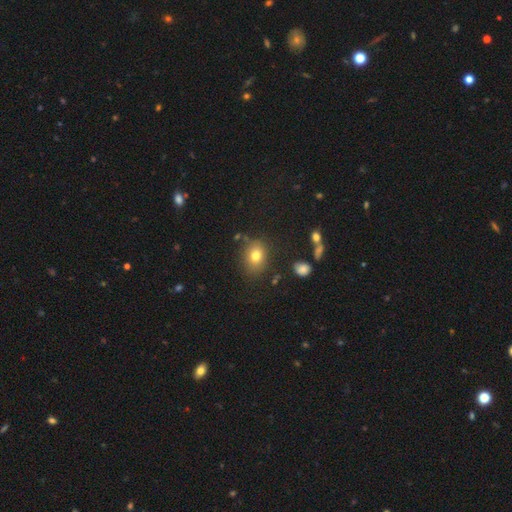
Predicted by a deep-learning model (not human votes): Smooth or featured?
  - smooth: 77% *
  - star or artifact: 13%
  - featured or disk: 11%
How rounded?
  - in between: 56% *
  - round: 43%
  - cigar-shaped: 1%
Merging?
  - none: 78% *
  - minor disturbance: 14%
  - major disturbance: 4%
  - merger: 4%